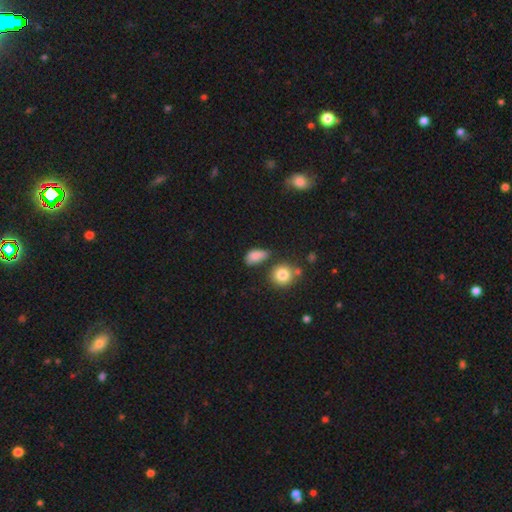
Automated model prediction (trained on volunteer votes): Overall: smooth (83%). How rounded: in between (83%). Merging: none (53%; minor disturbance 30%).